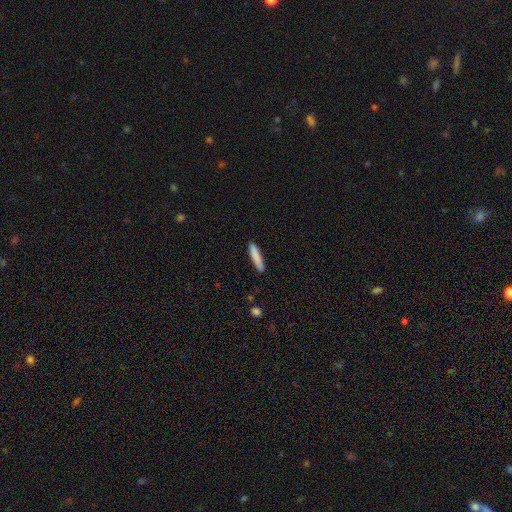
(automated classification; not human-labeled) smooth-or-featured: smooth: 84% | featured or disk: 10% | star or artifact: 6%
  how-rounded: cigar-shaped: 91% | in between: 7% | round: 1%
  merging: none: 88% | minor disturbance: 9% | major disturbance: 2% | merger: 1%